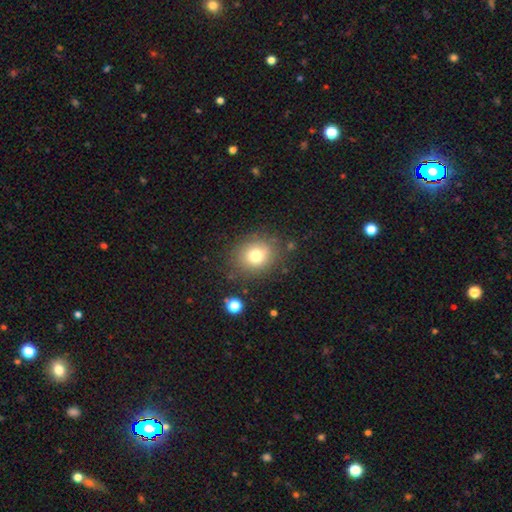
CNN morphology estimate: A smooth galaxy with no disk features (75%) that is round (73%).

Vote fractions:
- Smooth or featured? smooth: 75% / star or artifact: 13% / featured or disk: 13%
- How rounded? round: 73% / in between: 26% / cigar-shaped: 1%
- Merging? none: 80% / minor disturbance: 12% / major disturbance: 5% / merger: 3%